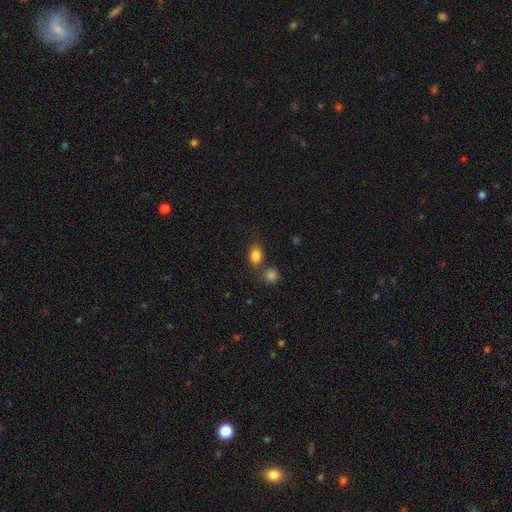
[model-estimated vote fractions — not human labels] Q: Smooth or featured?
A: smooth (83%); runner-up: star or artifact (10%)
Q: How rounded?
A: in between (74%); runner-up: round (24%)
Q: Merging?
A: none (61%); runner-up: merger (21%)